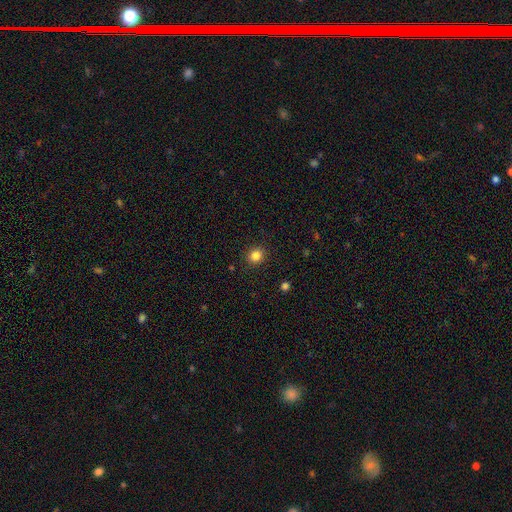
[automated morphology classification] smooth 84%, star or artifact 12%, featured or disk 4%. Down the decision tree: how rounded — round (85%); merging — none (90%).